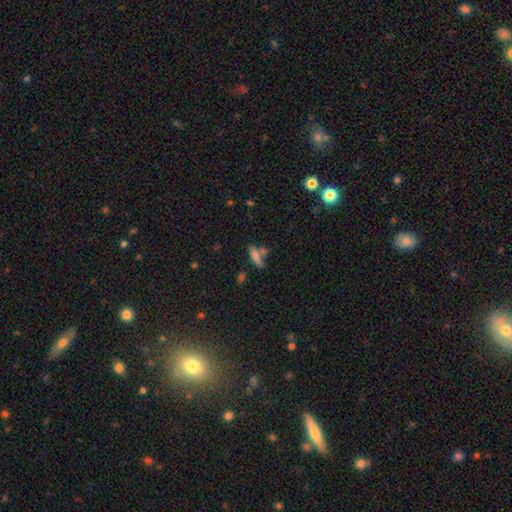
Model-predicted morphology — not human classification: Smooth or featured: smooth — 71% (featured or disk — 17%)
How rounded: cigar-shaped — 57% (in between — 39%)
Merging: none — 50% (merger — 29%)